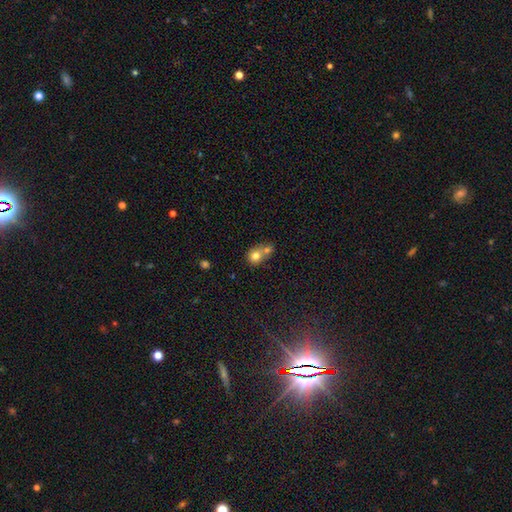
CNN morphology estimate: Smooth or featured? Predicted: smooth (p=0.76). How rounded? Predicted: round (p=0.72). Merging? Predicted: merger (p=0.60).